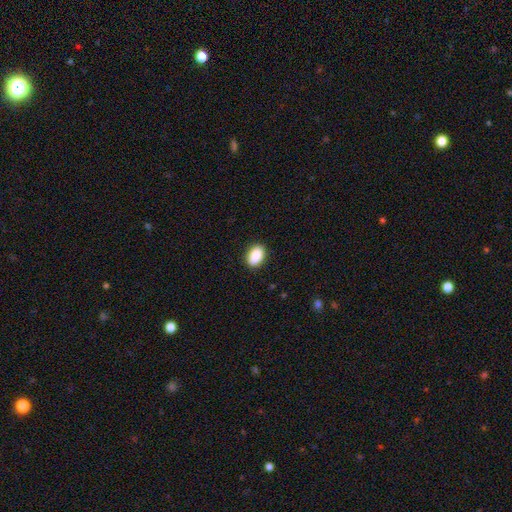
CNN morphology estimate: A smooth galaxy with no disk features (89%) that is in between round and cigar-shaped (87%). Merging: none (88%).